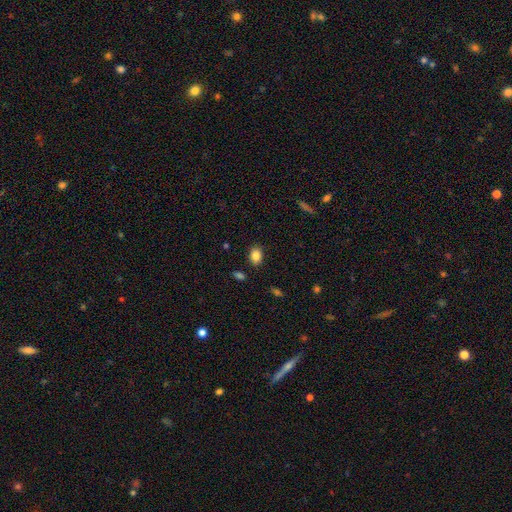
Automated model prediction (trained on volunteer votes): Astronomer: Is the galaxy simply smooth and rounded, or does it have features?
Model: smooth — 85%.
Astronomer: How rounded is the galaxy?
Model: in between — 76%.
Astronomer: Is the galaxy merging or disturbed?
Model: none — 86%.